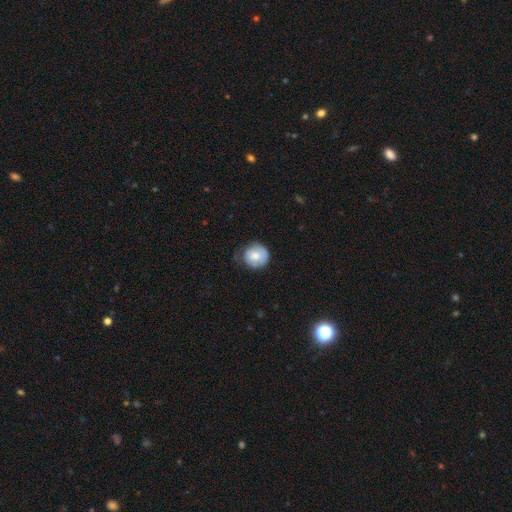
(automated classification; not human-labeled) smooth 69%, featured or disk 24%, star or artifact 7%. Down the decision tree: how rounded — round (87%); merging — none (58%).